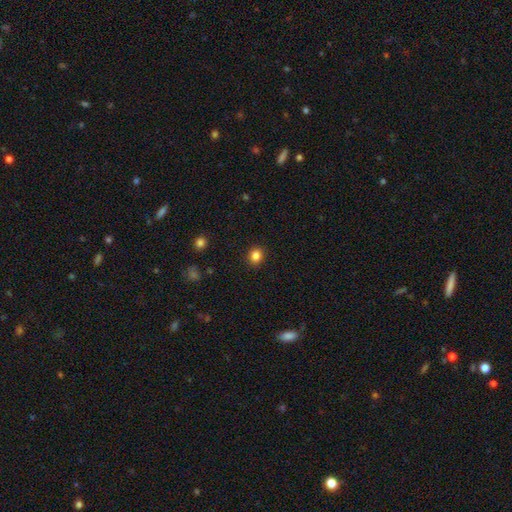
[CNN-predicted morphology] smooth 84%, star or artifact 11%, featured or disk 4%. Down the decision tree: how rounded — round (76%); merging — none (91%).